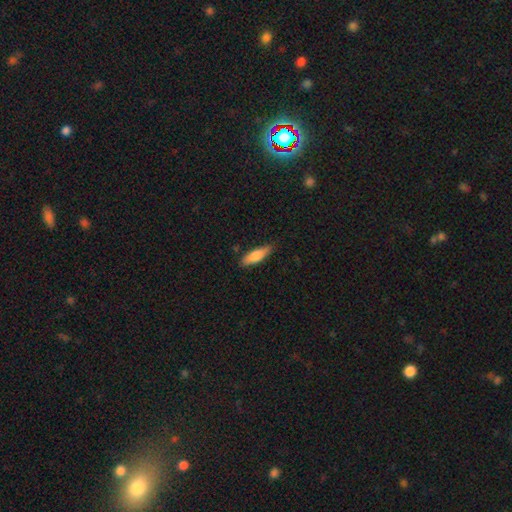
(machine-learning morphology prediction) A smooth galaxy with no disk features (75%) that is cigar-shaped (54%). Merging: none (84%).